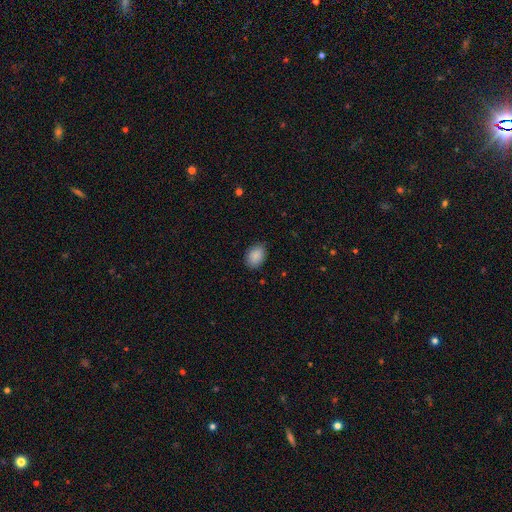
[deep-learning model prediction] The model was most divided on "how rounded": in between: 79%, round: 20%, cigar-shaped: 1%. More confident: smooth or featured — smooth (89%); merging — none (85%).